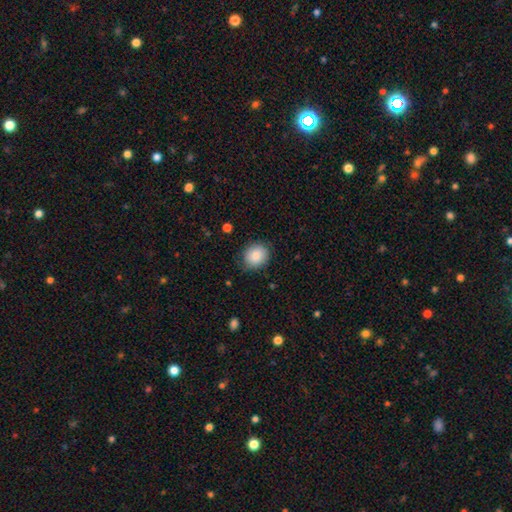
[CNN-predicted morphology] The model was most divided on "how rounded": round: 71%, in between: 28%, cigar-shaped: 1%. More confident: smooth or featured — smooth (85%); merging — none (83%).